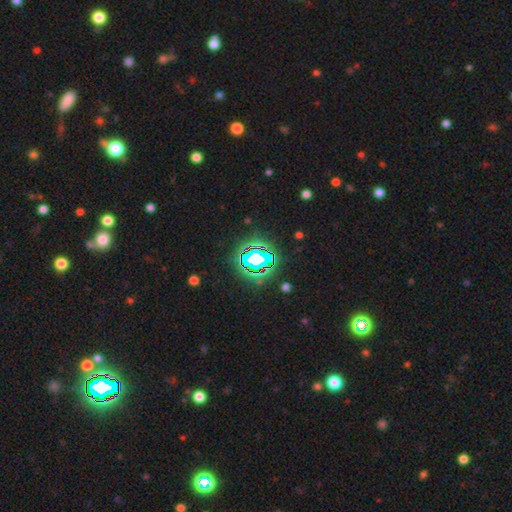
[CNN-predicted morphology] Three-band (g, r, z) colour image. It shows a star or artifact, not a galaxy (73%).